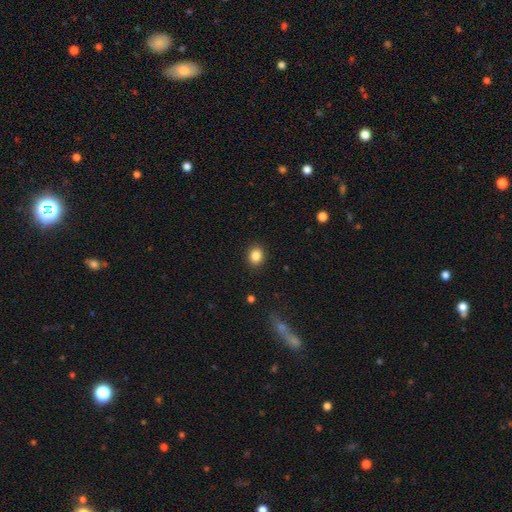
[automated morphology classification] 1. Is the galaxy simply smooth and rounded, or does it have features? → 85% smooth, 10% star or artifact, 4% featured or disk.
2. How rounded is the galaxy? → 67% round, 32% in between, 1% cigar-shaped.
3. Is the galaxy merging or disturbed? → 90% none, 7% minor disturbance, 2% major disturbance, 1% merger.